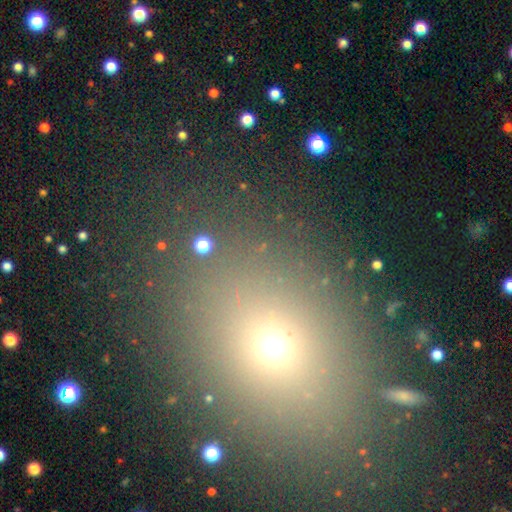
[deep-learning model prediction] This appears to be a smooth galaxy with no disk features (56%) that is round (51%). Merging: none (83%).